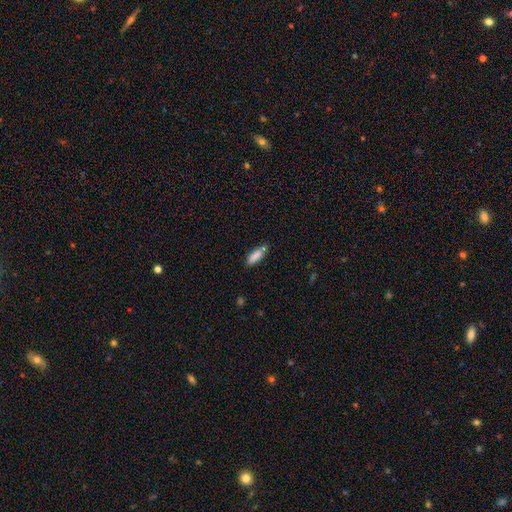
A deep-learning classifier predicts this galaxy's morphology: A smooth galaxy with no disk features (85%) that is in between round and cigar-shaped (49%, tied with cigar-shaped).

Vote fractions:
- Smooth or featured? smooth: 85% / featured or disk: 8% / star or artifact: 7%
- How rounded? in between: 49% (tied) / cigar-shaped: 49% (tied) / round: 2%
- Merging? none: 70% / minor disturbance: 21% / merger: 5% / major disturbance: 4%